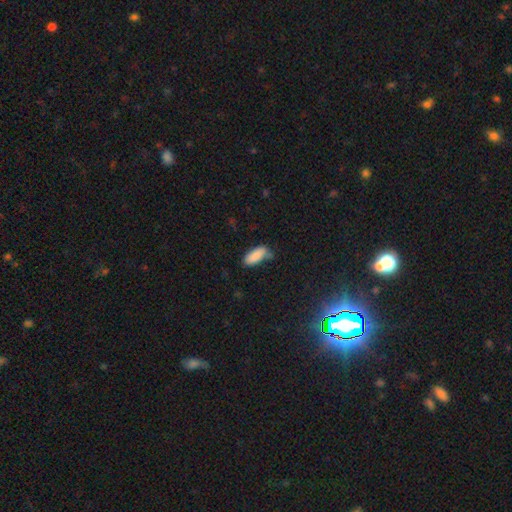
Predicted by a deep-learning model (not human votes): Smooth or featured? smooth (88%)
How rounded? in between (81%)
Merging? none (61%)